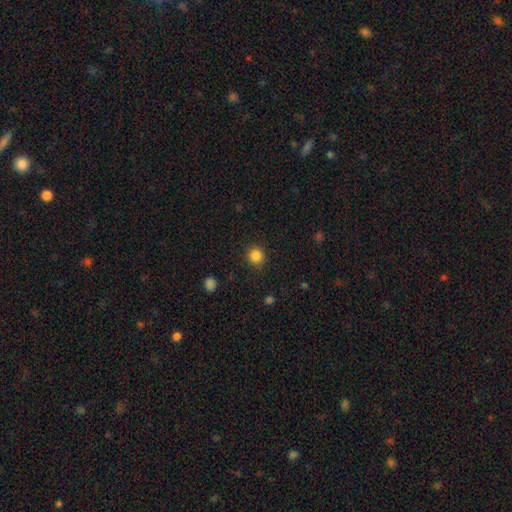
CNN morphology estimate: Smooth or featured? smooth (85%)
How rounded? round (91%)
Merging? none (90%)